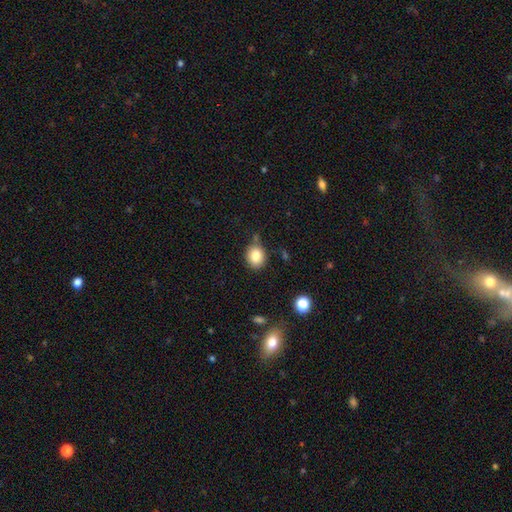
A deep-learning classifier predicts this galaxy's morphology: type=smooth (83%); roundness=round (67%); merging=none (72%).